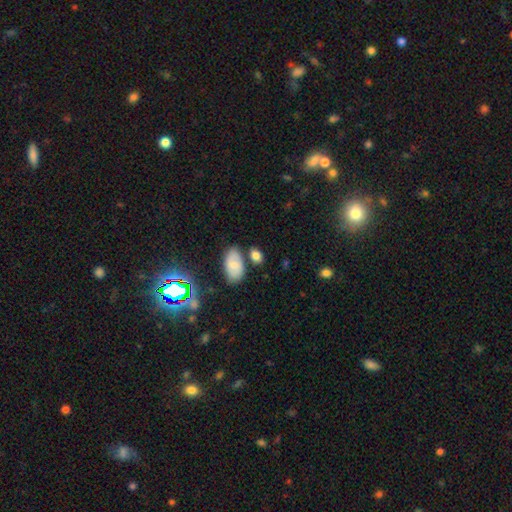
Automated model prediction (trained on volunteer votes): Morphology: type=smooth (78%); roundness=in between (81%); merging=none (66%).